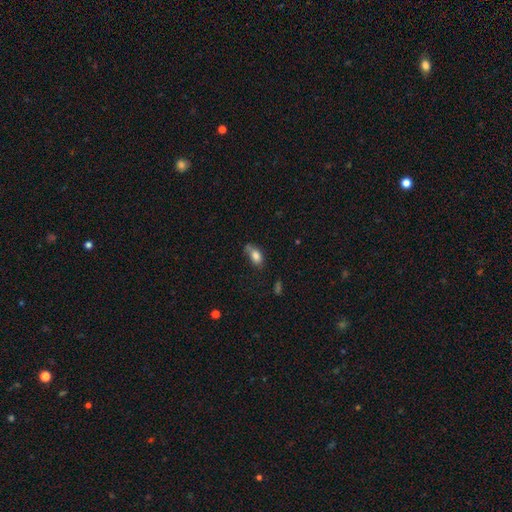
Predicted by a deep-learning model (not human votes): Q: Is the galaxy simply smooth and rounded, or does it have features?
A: smooth — 80%.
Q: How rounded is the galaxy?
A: in between — 87%.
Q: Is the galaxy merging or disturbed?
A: none — 46%.